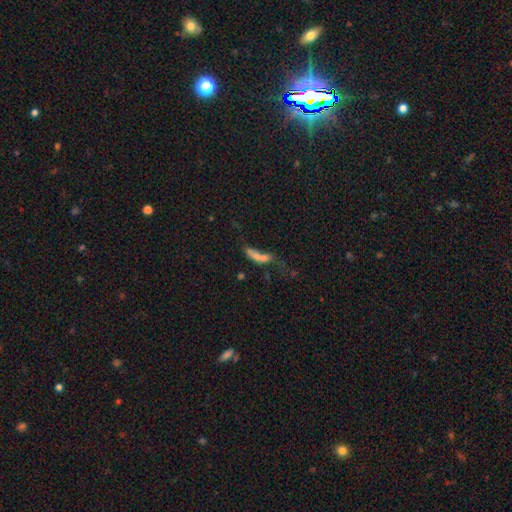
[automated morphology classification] A smooth galaxy with no disk features (56%) that is in between round and cigar-shaped (54%).

Vote fractions:
- Smooth or featured? smooth: 56% / featured or disk: 28% / star or artifact: 16%
- How rounded? in between: 54% / cigar-shaped: 40% / round: 7%
- Merging? merger: 47% / major disturbance: 22% / none: 19% / minor disturbance: 11%